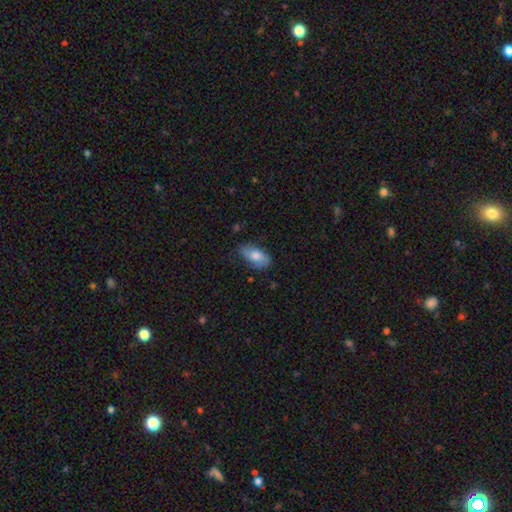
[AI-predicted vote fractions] A smooth galaxy with no disk features (68%) that is in between round and cigar-shaped (90%).

Vote fractions:
- Smooth or featured? smooth: 68% / featured or disk: 26% / star or artifact: 7%
- How rounded? in between: 90% / cigar-shaped: 6% / round: 4%
- Merging? none: 66% / minor disturbance: 26% / major disturbance: 6% / merger: 2%